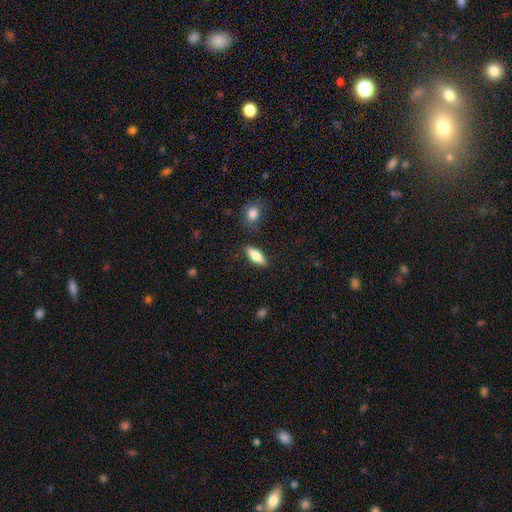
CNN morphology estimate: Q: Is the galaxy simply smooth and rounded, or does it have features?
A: smooth — 79%.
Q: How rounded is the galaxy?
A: in between — 71%.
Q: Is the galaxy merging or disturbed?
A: none — 86%.